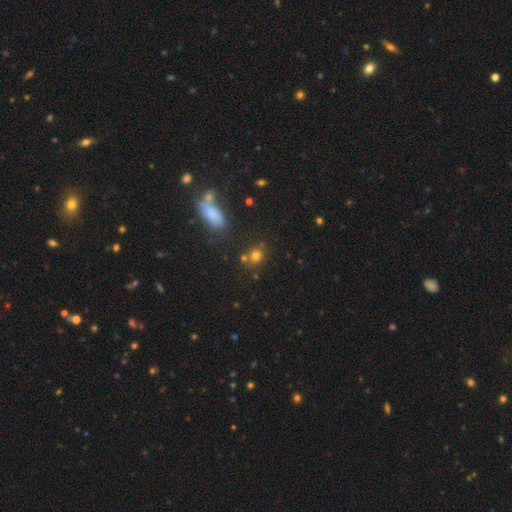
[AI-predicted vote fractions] smooth 71%, star or artifact 19%, featured or disk 10%. Down the decision tree: how rounded — round (68%); merging — none (65%).